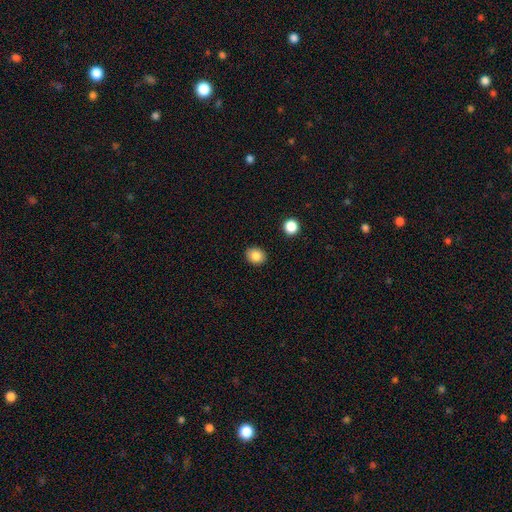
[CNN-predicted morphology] The model was most divided on "how rounded": round: 63%, in between: 36%, cigar-shaped: 1%. More confident: merging — none (89%); smooth or featured — smooth (85%).